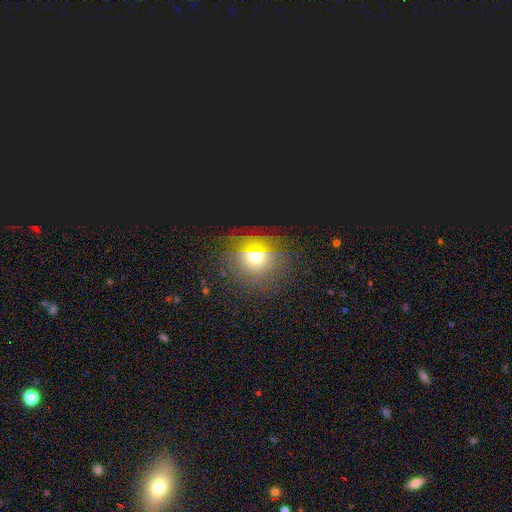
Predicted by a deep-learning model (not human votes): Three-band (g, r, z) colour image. It shows a smooth galaxy with no disk features (50%). Merging: none (81%).